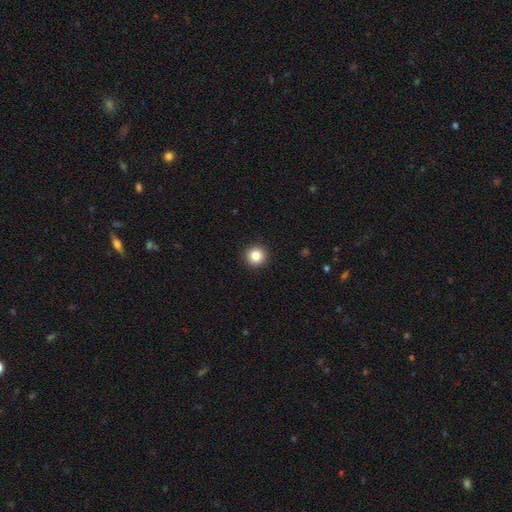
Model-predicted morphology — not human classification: The model was most divided on "smooth or featured": smooth: 85%, star or artifact: 10%, featured or disk: 5%. More confident: how rounded — round (94%); merging — none (93%).